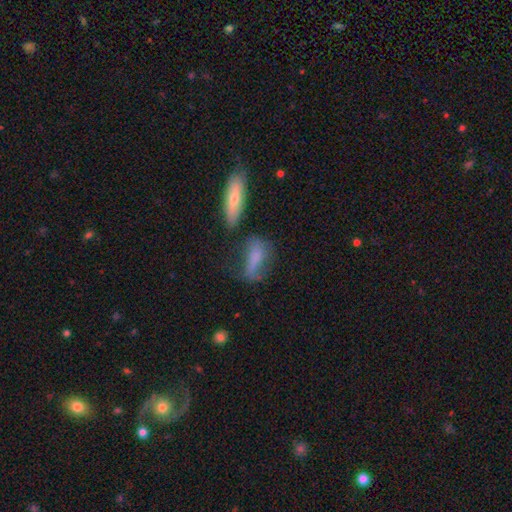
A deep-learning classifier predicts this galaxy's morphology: A smooth galaxy with no disk features (59%) that is in between round and cigar-shaped (60%).

Vote fractions:
- Smooth or featured? smooth: 59% / featured or disk: 28% / star or artifact: 13%
- How rounded? in between: 60% / cigar-shaped: 32% / round: 8%
- Merging? none: 42% / minor disturbance: 25% / major disturbance: 21% / merger: 11%